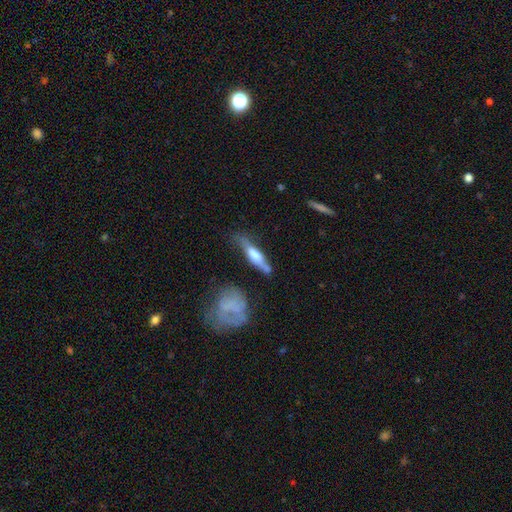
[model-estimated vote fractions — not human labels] Overall: featured or disk (48%; smooth 46%). Merging: none (62%; minor disturbance 23%).